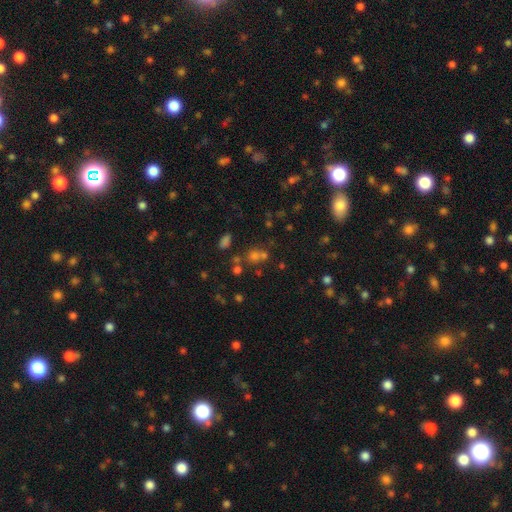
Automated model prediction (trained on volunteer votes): A smooth galaxy with no disk features (45%).

Vote fractions:
- Smooth or featured? smooth: 45% / star or artifact: 43% / featured or disk: 12%
- Merging? none: 59% / merger: 26% / minor disturbance: 10% / major disturbance: 6%